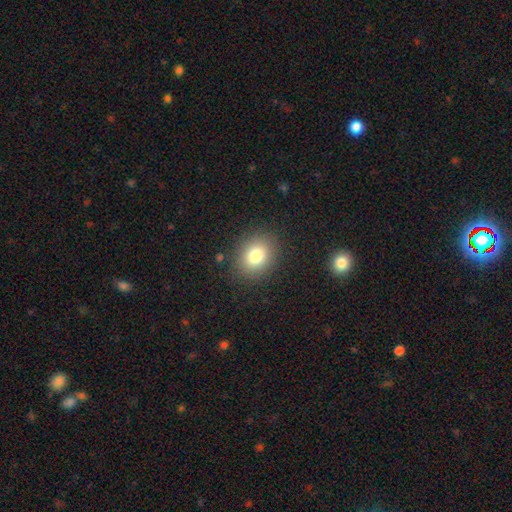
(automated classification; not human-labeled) smooth 80%, star or artifact 11%, featured or disk 9%. Down the decision tree: how rounded — round (56%); merging — none (86%).